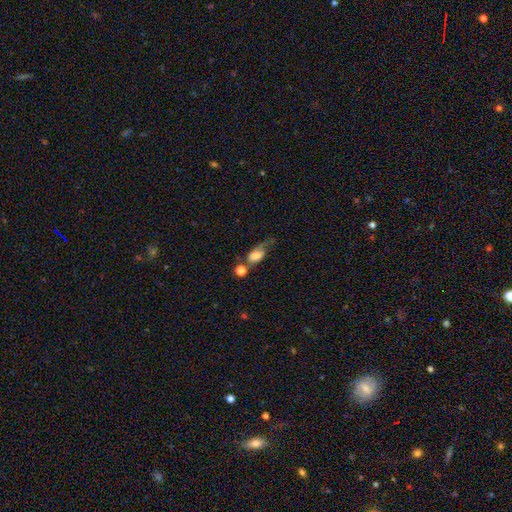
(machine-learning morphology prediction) type=smooth (68%); roundness=in between (78%); merging=merger (28%).